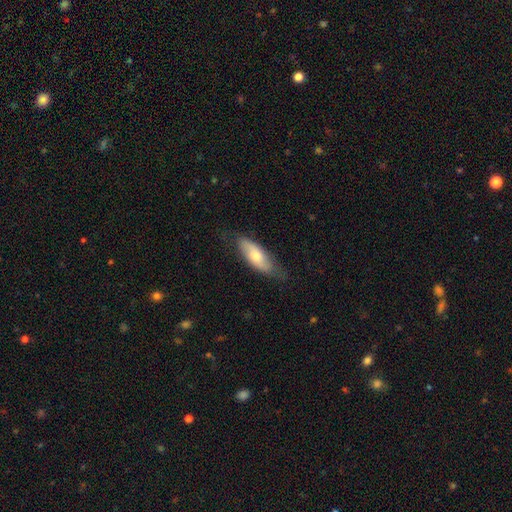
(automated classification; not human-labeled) Smooth or featured?
  - smooth: 54% *
  - featured or disk: 40%
  - star or artifact: 6%
How rounded?
  - in between: 68% *
  - cigar-shaped: 29%
  - round: 3%
Merging?
  - none: 72% *
  - minor disturbance: 22%
  - major disturbance: 4%
  - merger: 1%